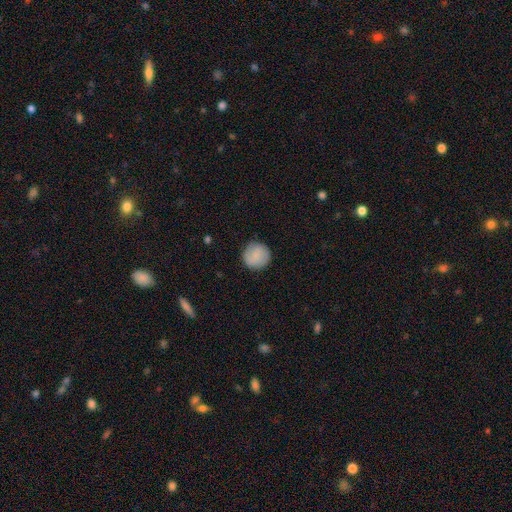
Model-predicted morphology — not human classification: A smooth galaxy with no disk features (85%) that is round (95%). Merging: none (89%).